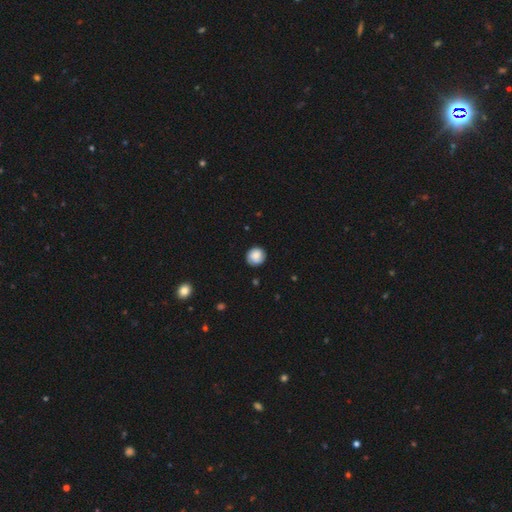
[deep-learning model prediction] A smooth galaxy with no disk features (79%) that is round (89%).

Vote fractions:
- Smooth or featured? smooth: 79% / featured or disk: 14% / star or artifact: 8%
- How rounded? round: 89% / in between: 10% / cigar-shaped: 1%
- Merging? none: 84% / minor disturbance: 13% / major disturbance: 3% / merger: 1%